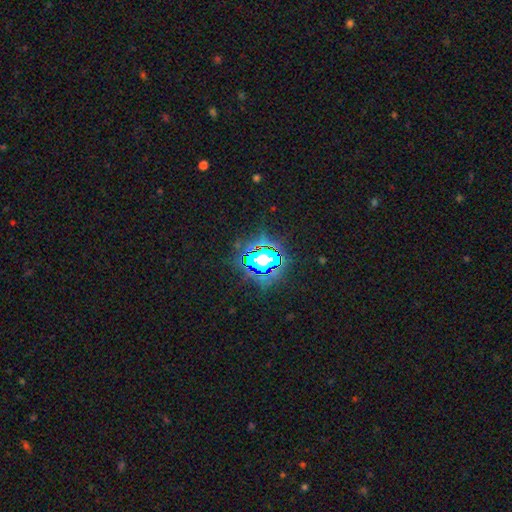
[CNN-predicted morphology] The model was most divided on "smooth or featured": star or artifact: 81%, smooth: 12%, featured or disk: 7%.